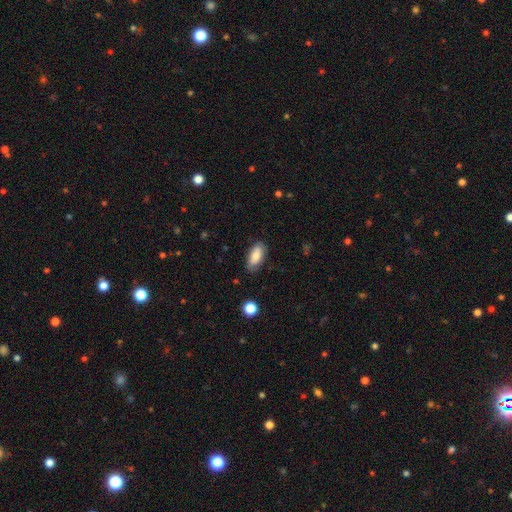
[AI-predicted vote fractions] smooth_or_featured: smooth (p=0.80) [alt: featured or disk p=0.13]
how_rounded: in between (p=0.89) [alt: cigar-shaped p=0.08]
merging: none (p=0.79) [alt: minor disturbance p=0.16]